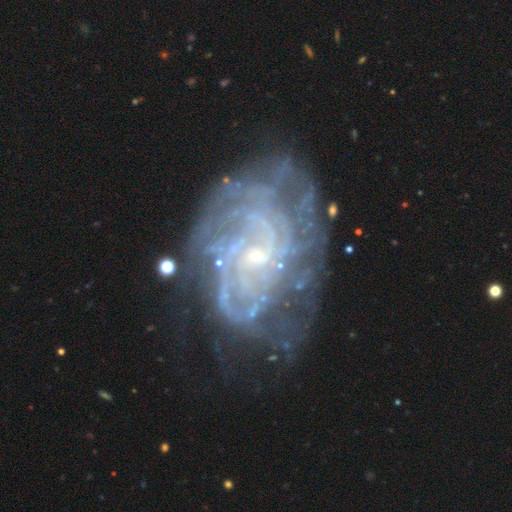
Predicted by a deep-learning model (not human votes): Smooth or featured?
  - featured or disk: 85% *
  - star or artifact: 8%
  - smooth: 7%
Edge-on disk?
  - no: 97% *
  - yes: 3%
Bar?
  - no: 62% *
  - weak: 31%
  - strong: 7%
Spiral arms?
  - yes: 90% *
  - no: 10%
Spiral winding?
  - tight: 63% *
  - medium: 28%
  - loose: 9%
Spiral arm count?
  - can't tell: 43% *
  - 4: 15%
  - 2: 12%
  - more than 4: 12%
  - 3: 12%
  - 1: 7%
Bulge size?
  - small: 78% *
  - moderate: 14%
  - none: 6%
  - large: 1%
  - dominant: 1%
Merging?
  - none: 60% *
  - minor disturbance: 21%
  - major disturbance: 16%
  - merger: 3%